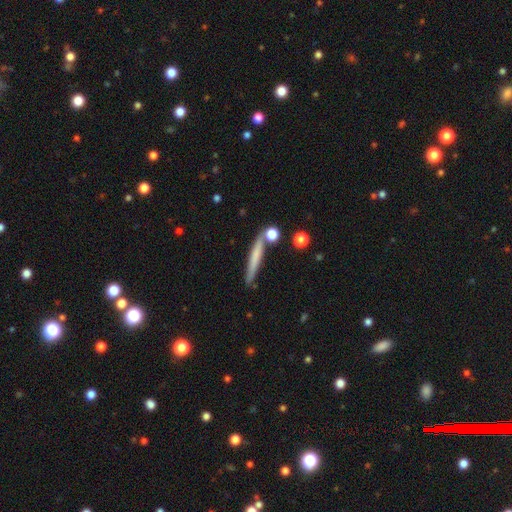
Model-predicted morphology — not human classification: This is possibly a smooth galaxy (59%). How rounded: clearly cigar-shaped (93%). Merging: likely none (77%).